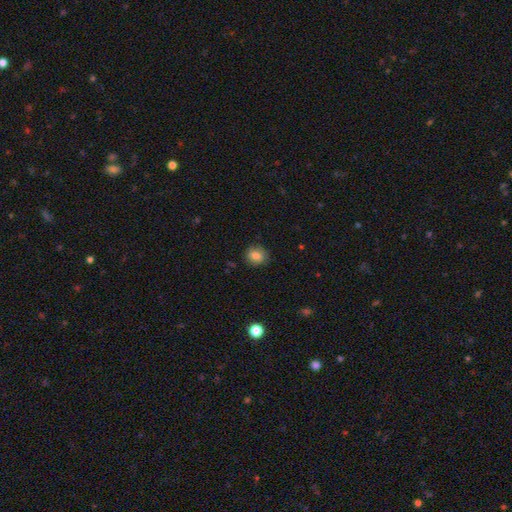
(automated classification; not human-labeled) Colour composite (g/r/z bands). It shows a smooth galaxy with no disk features (82%) that is round (67%). Merging: none (83%).